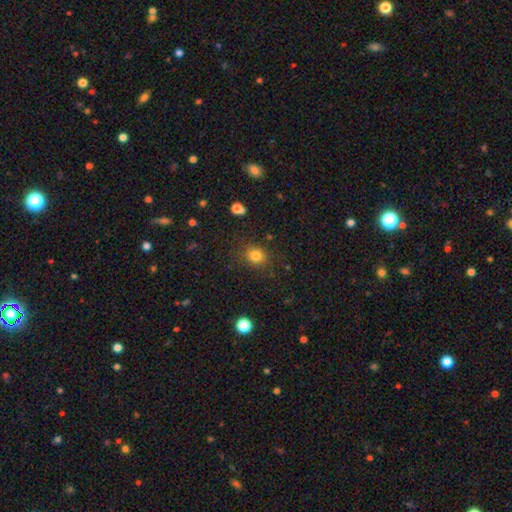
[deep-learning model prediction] A smooth galaxy with no disk features (81%) that is round (79%). Merging: none (84%).